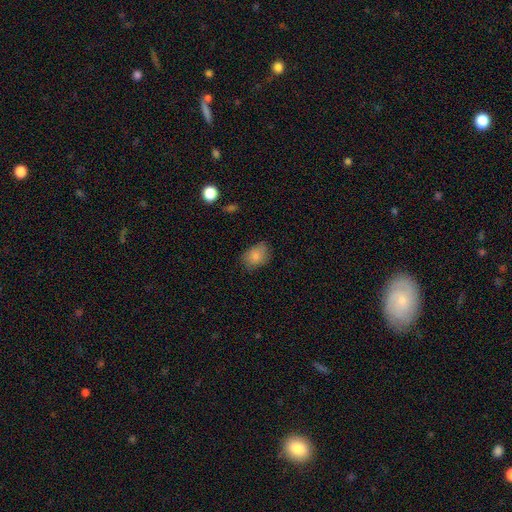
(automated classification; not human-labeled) Morphology: type=smooth (83%); roundness=in between (73%); merging=none (68%).